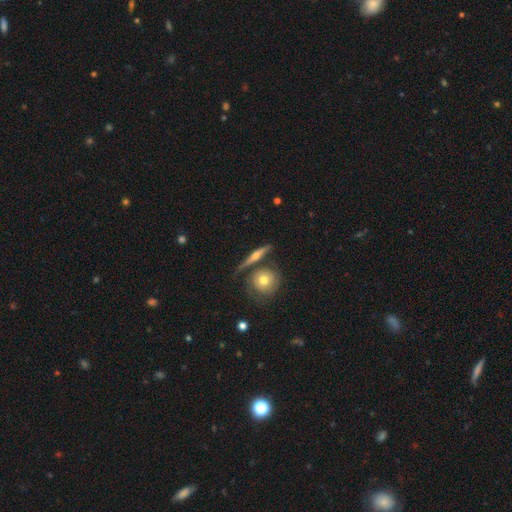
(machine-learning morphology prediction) A featured or disk galaxy (65%) viewed edge-on (90%) with a rounded central bulge (86%).

Vote fractions:
- Smooth or featured? featured or disk: 65% / smooth: 28% / star or artifact: 7%
- Edge-on disk? yes: 90% / no: 10%
- Edge-on bulge? rounded: 86% / none: 8% / boxy: 6%
- Merging? none: 72% / minor disturbance: 13% / merger: 11% / major disturbance: 4%